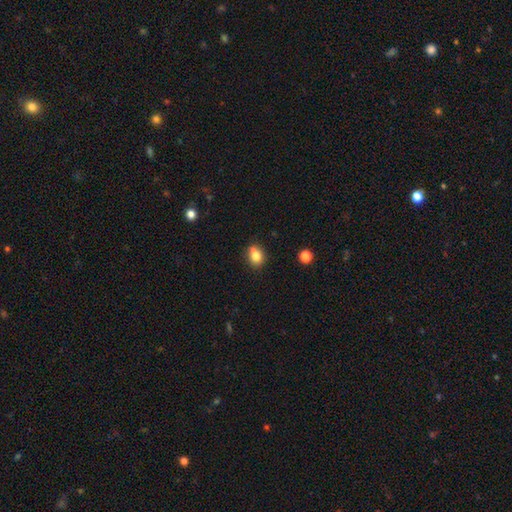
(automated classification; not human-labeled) smooth_or_featured: smooth (p=0.79) [alt: star or artifact p=0.11]
how_rounded: round (p=0.64) [alt: in between p=0.35]
merging: none (p=0.58) [alt: merger p=0.24]